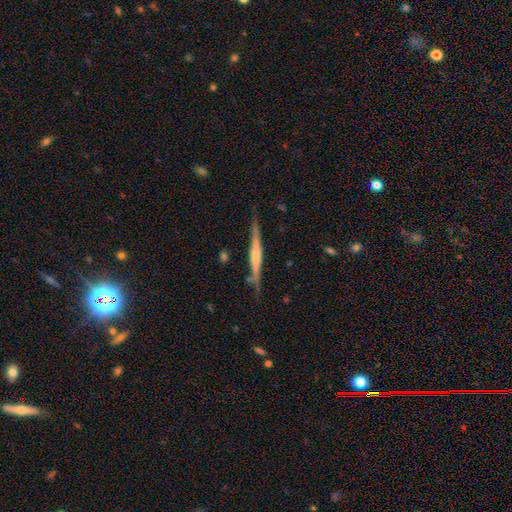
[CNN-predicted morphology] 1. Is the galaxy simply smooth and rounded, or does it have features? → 68% featured or disk, 26% smooth, 6% star or artifact.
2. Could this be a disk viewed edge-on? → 97% yes, 3% no.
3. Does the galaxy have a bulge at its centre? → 59% rounded, 26% none, 16% boxy.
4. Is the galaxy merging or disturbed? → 80% none, 14% minor disturbance, 3% major disturbance, 2% merger.